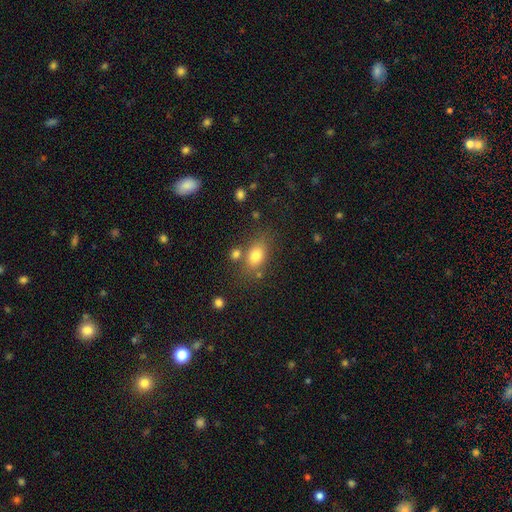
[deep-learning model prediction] smooth_or_featured: smooth (p=0.78) [alt: star or artifact p=0.11]
how_rounded: in between (p=0.74) [alt: round p=0.23]
merging: none (p=0.68) [alt: minor disturbance p=0.14]